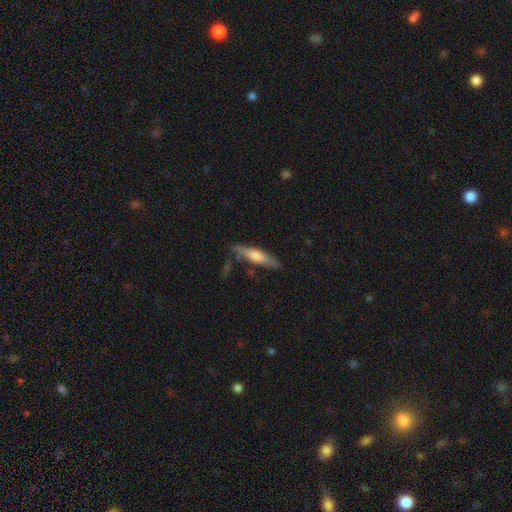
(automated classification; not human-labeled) smooth_or_featured: smooth (p=0.54) [alt: featured or disk p=0.41]
how_rounded: cigar-shaped (p=0.82) [alt: in between p=0.16]
merging: none (p=0.79) [alt: minor disturbance p=0.14]